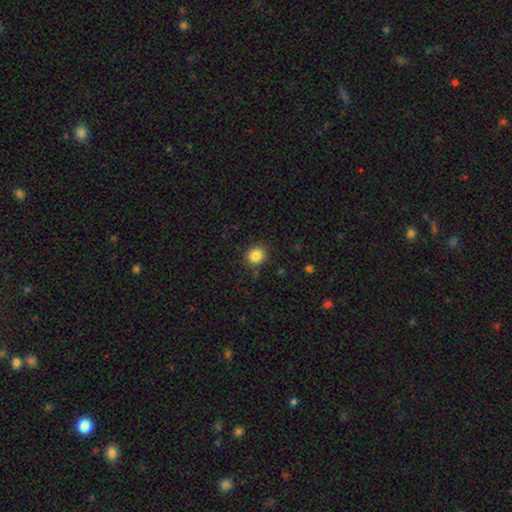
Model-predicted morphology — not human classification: Smooth or featured?
  - smooth: 85% *
  - star or artifact: 10%
  - featured or disk: 5%
How rounded?
  - round: 85% *
  - in between: 15%
  - cigar-shaped: 1%
Merging?
  - none: 86% *
  - minor disturbance: 10%
  - major disturbance: 3%
  - merger: 2%